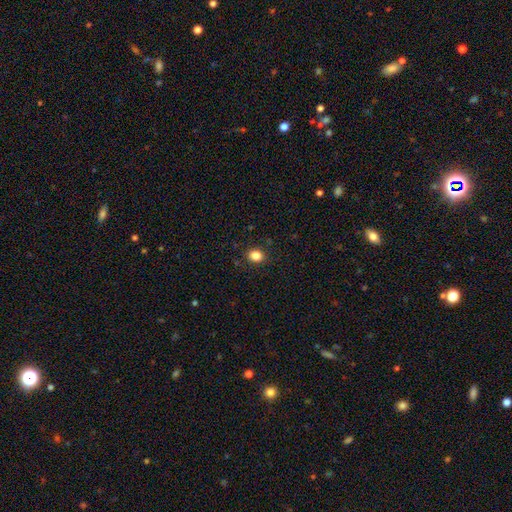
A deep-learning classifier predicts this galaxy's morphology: A smooth galaxy with no disk features (85%) that is round (62%).

Vote fractions:
- Smooth or featured? smooth: 85% / star or artifact: 11% / featured or disk: 4%
- How rounded? round: 62% / in between: 37% / cigar-shaped: 1%
- Merging? none: 89% / minor disturbance: 8% / major disturbance: 2% / merger: 1%